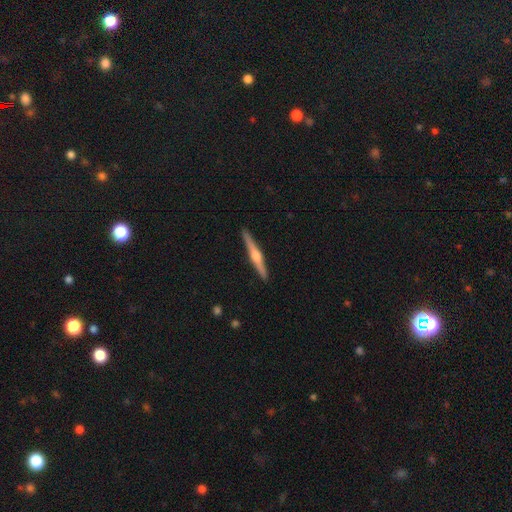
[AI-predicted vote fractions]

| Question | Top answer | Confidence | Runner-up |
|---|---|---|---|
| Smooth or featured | featured or disk | 75% | smooth (21%) |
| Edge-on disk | yes | 98% | no (2%) |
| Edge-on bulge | rounded | 91% | boxy (5%) |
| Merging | none | 92% | minor disturbance (6%) |